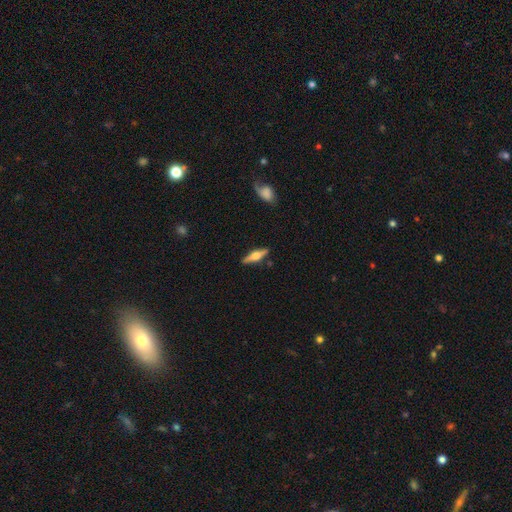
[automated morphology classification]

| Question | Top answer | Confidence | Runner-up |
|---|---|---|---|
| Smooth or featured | featured or disk | 63% | smooth (31%) |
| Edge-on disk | yes | 95% | no (5%) |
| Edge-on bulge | rounded | 92% | boxy (6%) |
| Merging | none | 87% | minor disturbance (9%) |